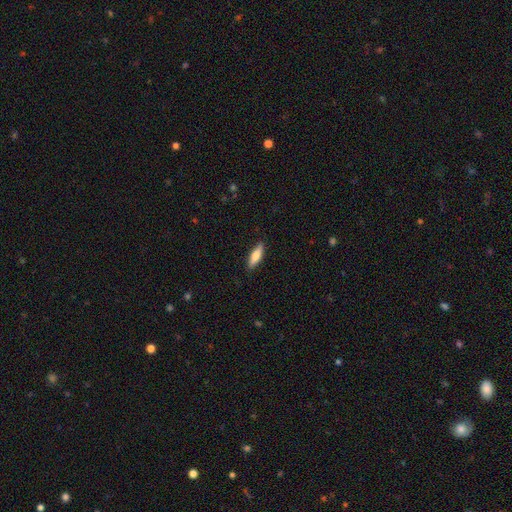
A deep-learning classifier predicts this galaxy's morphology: smooth_or_featured: smooth (p=0.69) [alt: featured or disk p=0.26]
how_rounded: cigar-shaped (p=0.58) [alt: in between p=0.40]
merging: none (p=0.88) [alt: minor disturbance p=0.09]